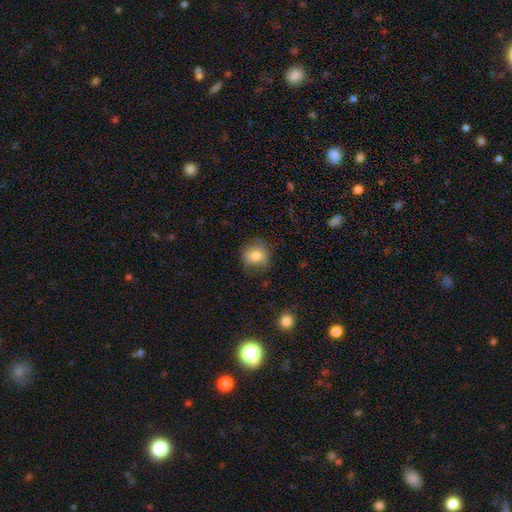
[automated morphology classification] smooth_or_featured: smooth (p=0.79) [alt: featured or disk p=0.11]
how_rounded: round (p=0.81) [alt: in between p=0.18]
merging: none (p=0.72) [alt: minor disturbance p=0.20]